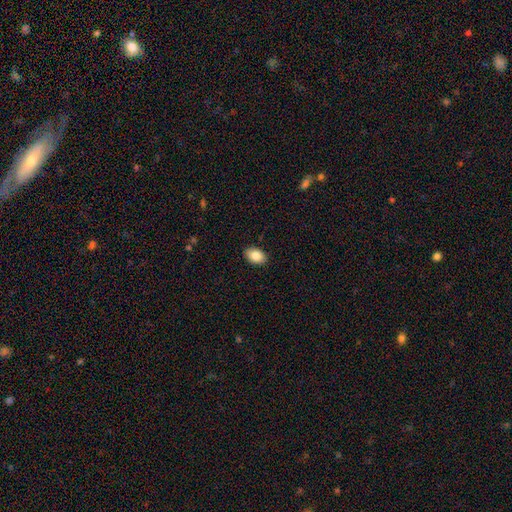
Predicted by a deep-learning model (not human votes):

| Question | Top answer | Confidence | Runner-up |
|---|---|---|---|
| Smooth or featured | smooth | 85% | featured or disk (8%) |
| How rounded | in between | 87% | round (12%) |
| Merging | none | 89% | minor disturbance (8%) |